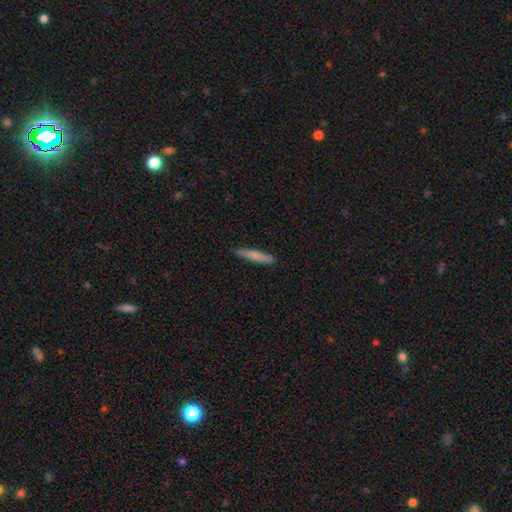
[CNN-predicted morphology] This is likely a smooth galaxy (75%). How rounded: clearly cigar-shaped (93%). Merging: clearly none (87%).